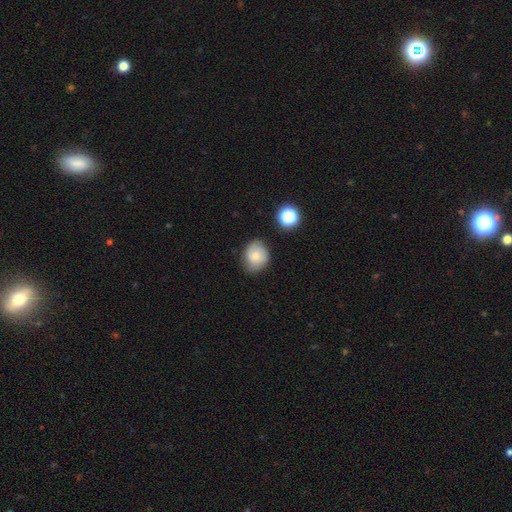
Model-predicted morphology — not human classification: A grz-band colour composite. It shows a smooth galaxy with no disk features (69%) that is round (62%). Merging: none (72%).